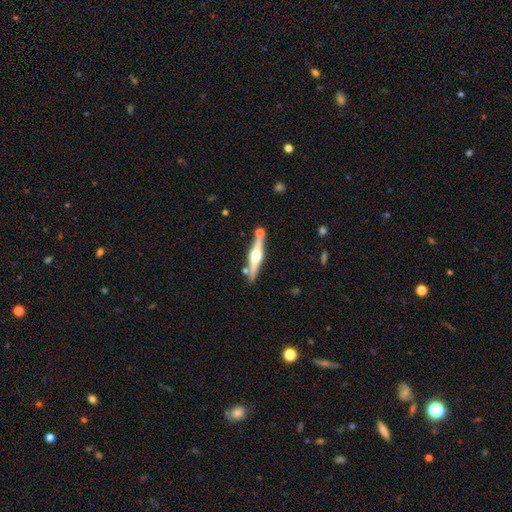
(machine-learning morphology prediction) A featured or disk galaxy (71%) viewed edge-on (97%) with a rounded central bulge (95%).

Vote fractions:
- Smooth or featured? featured or disk: 71% / smooth: 24% / star or artifact: 5%
- Edge-on disk? yes: 97% / no: 3%
- Edge-on bulge? rounded: 95% / boxy: 3% / none: 2%
- Merging? none: 79% / minor disturbance: 10% / merger: 8% / major disturbance: 2%